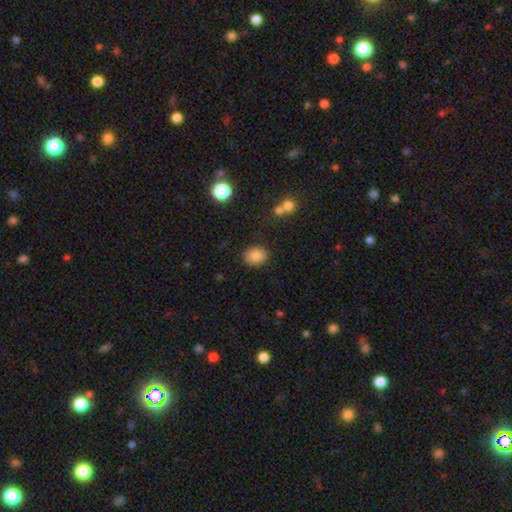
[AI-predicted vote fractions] Morphology: type=smooth (85%); roundness=in between (61%); merging=none (85%).